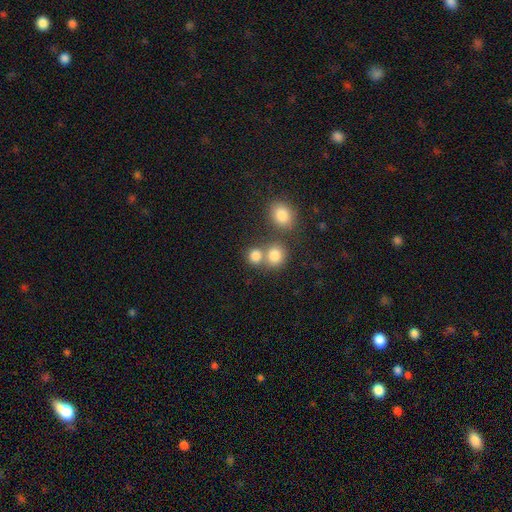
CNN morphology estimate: smooth 81%, star or artifact 13%, featured or disk 7%. Down the decision tree: how rounded — round (81%); merging — none (55%).